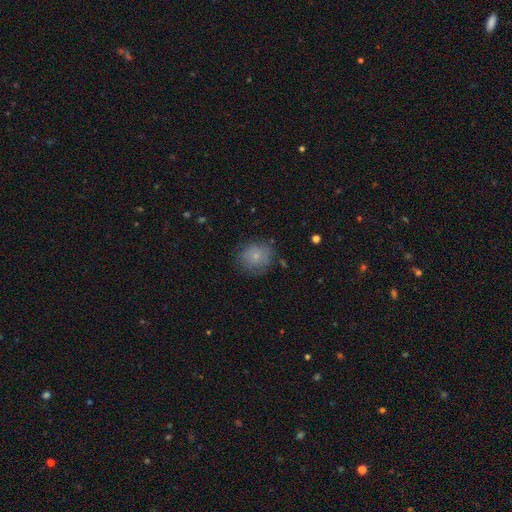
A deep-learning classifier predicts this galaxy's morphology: Smooth or featured? smooth (72%)
How rounded? round (78%)
Merging? none (73%)